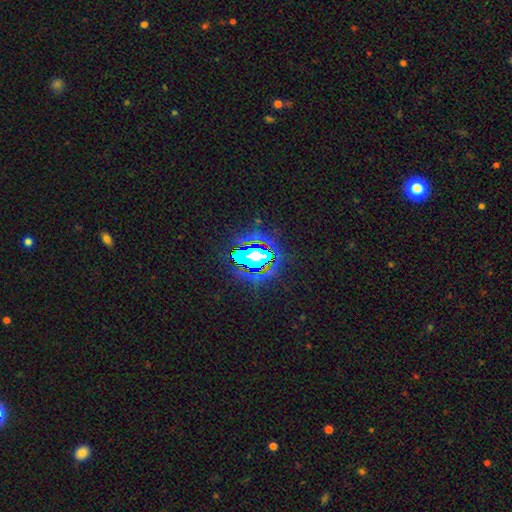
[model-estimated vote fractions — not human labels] This appears to be a star or artifact, not a galaxy (60%).